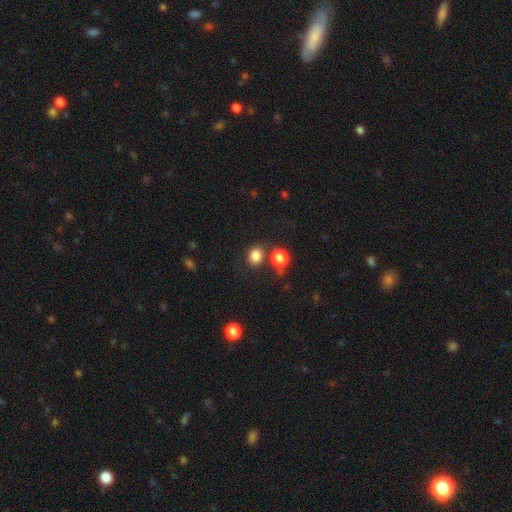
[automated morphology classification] Smooth or featured?
  - smooth: 83% *
  - star or artifact: 11%
  - featured or disk: 5%
How rounded?
  - round: 60% *
  - in between: 39%
  - cigar-shaped: 1%
Merging?
  - none: 66% *
  - merger: 19%
  - minor disturbance: 11%
  - major disturbance: 4%